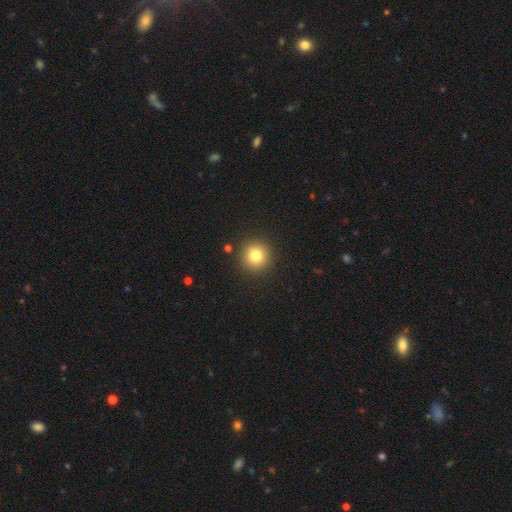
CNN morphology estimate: A smooth galaxy with no disk features (80%) that is round (94%). Merging: none (91%).